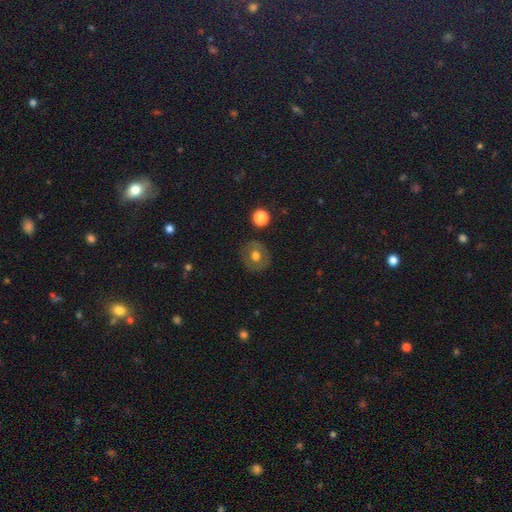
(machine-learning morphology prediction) This is possibly a smooth galaxy (58%). How rounded: clearly round (82%). Merging: clearly none (85%).